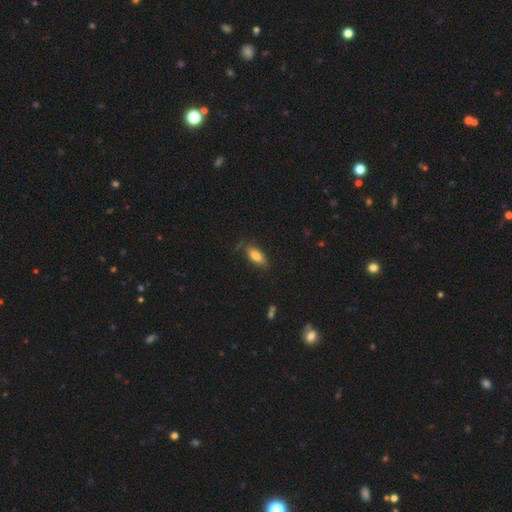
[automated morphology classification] smooth 80%, featured or disk 12%, star or artifact 8%. Down the decision tree: how rounded — in between (86%); merging — none (74%).